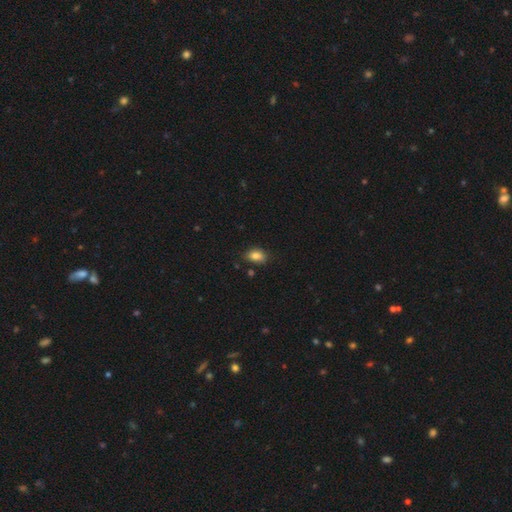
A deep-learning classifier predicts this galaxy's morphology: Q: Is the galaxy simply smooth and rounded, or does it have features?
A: smooth — 84%.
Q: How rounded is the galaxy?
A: in between — 86%.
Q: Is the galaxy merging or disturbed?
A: none — 78%.